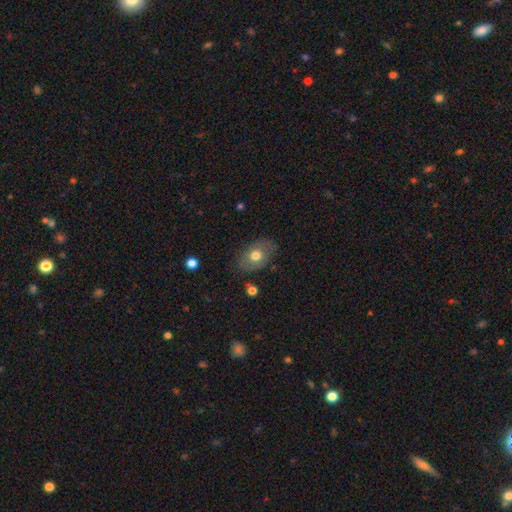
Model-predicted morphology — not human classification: smooth-or-featured: smooth: 69% | featured or disk: 23% | star or artifact: 8%
  how-rounded: in between: 80% | round: 19% | cigar-shaped: 1%
  merging: none: 78% | minor disturbance: 16% | major disturbance: 5% | merger: 2%